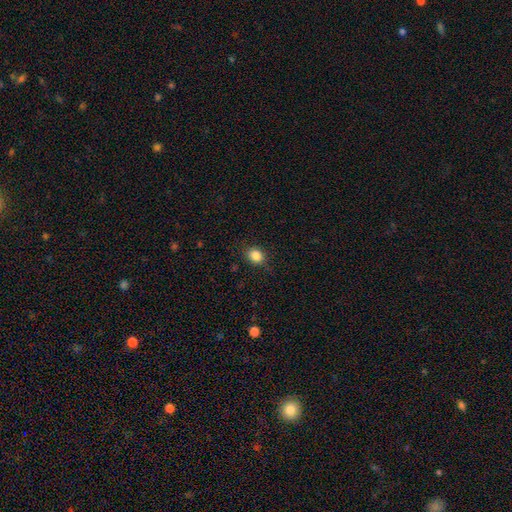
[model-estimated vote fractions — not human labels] Smooth or featured?
  - smooth: 85% *
  - star or artifact: 10%
  - featured or disk: 5%
How rounded?
  - round: 54% *
  - in between: 45%
  - cigar-shaped: 1%
Merging?
  - none: 80% *
  - minor disturbance: 15%
  - major disturbance: 4%
  - merger: 1%